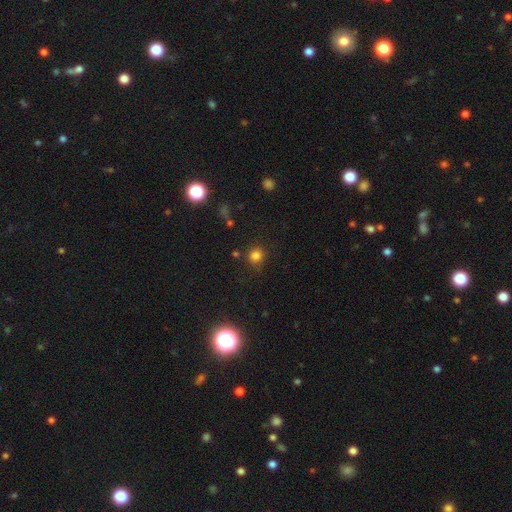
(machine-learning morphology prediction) smooth 80%, star or artifact 15%, featured or disk 5%. Down the decision tree: how rounded — round (90%); merging — none (80%).